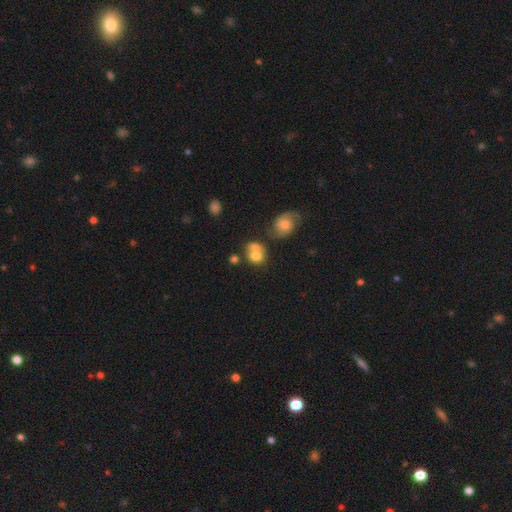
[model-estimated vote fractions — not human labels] Smooth or featured?
  - smooth: 68% *
  - featured or disk: 22%
  - star or artifact: 10%
How rounded?
  - round: 67% *
  - in between: 32%
  - cigar-shaped: 1%
Merging?
  - merger: 49% *
  - none: 34%
  - minor disturbance: 11%
  - major disturbance: 7%